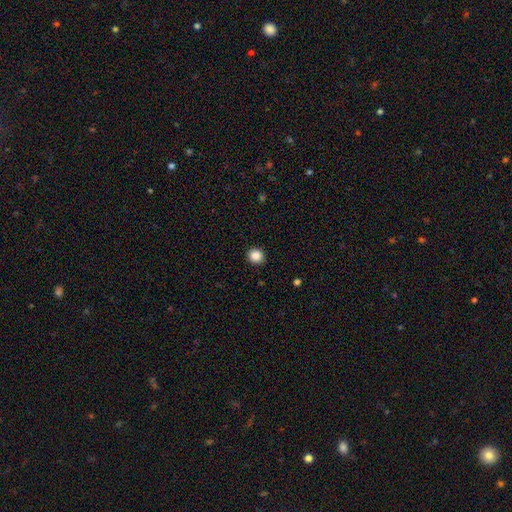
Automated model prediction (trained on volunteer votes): Smooth or featured? Predicted: smooth (p=0.86). How rounded? Predicted: round (p=0.90). Merging? Predicted: none (p=0.93).